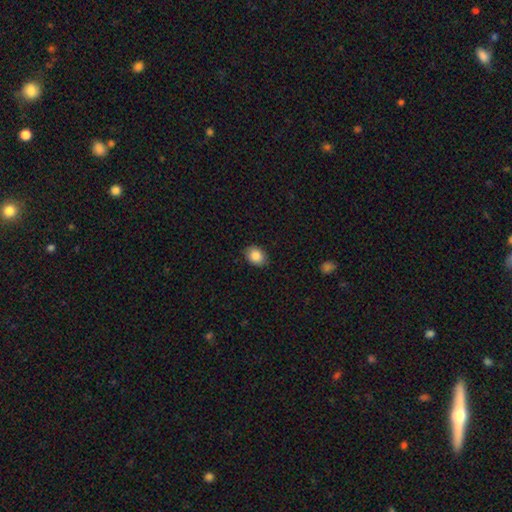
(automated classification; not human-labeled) Smooth or featured? Predicted: smooth (p=0.87). How rounded? Predicted: in between (p=0.60). Merging? Predicted: none (p=0.86).